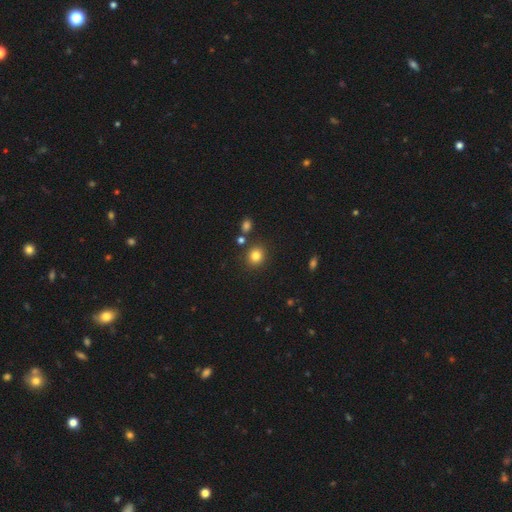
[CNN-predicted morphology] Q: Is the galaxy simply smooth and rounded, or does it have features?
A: smooth — 82%.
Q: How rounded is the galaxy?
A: round — 84%.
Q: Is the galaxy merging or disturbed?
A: none — 85%.